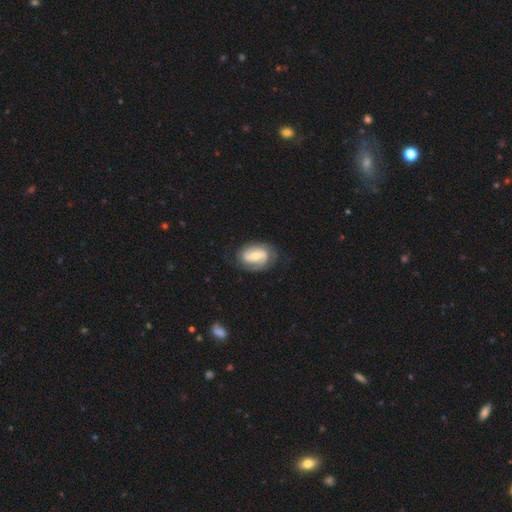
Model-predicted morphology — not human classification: Smooth or featured? featured or disk (76%)
Edge-on disk? no (97%)
Bar? weak (44%)
Spiral arms? yes (91%)
Spiral winding? tight (41%)
Spiral arm count? 2 (79%)
Bulge size? moderate (57%)
Merging? none (74%)